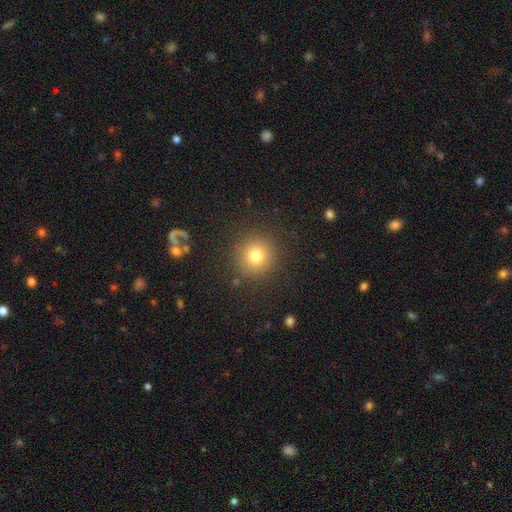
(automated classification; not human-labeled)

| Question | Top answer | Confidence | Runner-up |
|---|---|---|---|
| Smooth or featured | smooth | 77% | star or artifact (15%) |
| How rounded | round | 93% | in between (6%) |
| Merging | none | 88% | minor disturbance (7%) |